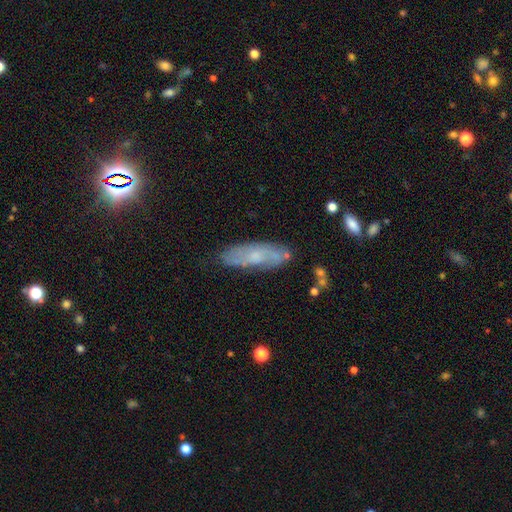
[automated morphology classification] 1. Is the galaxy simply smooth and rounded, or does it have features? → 49% featured or disk, 42% smooth, 9% star or artifact.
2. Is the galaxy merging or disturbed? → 75% none, 19% minor disturbance, 4% major disturbance, 3% merger.